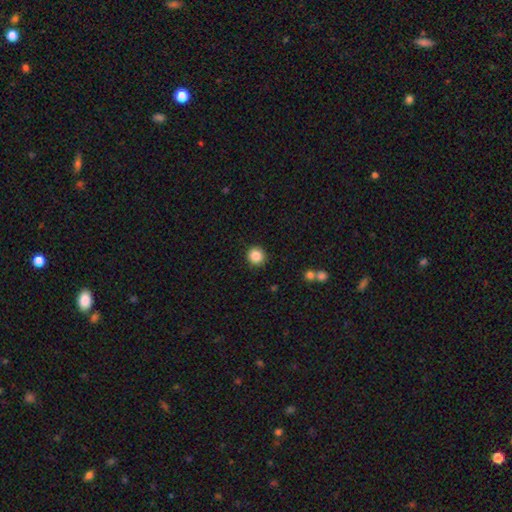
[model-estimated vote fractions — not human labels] smooth_or_featured: smooth (p=0.86) [alt: star or artifact p=0.10]
how_rounded: round (p=0.93) [alt: in between p=0.06]
merging: none (p=0.92) [alt: minor disturbance p=0.05]